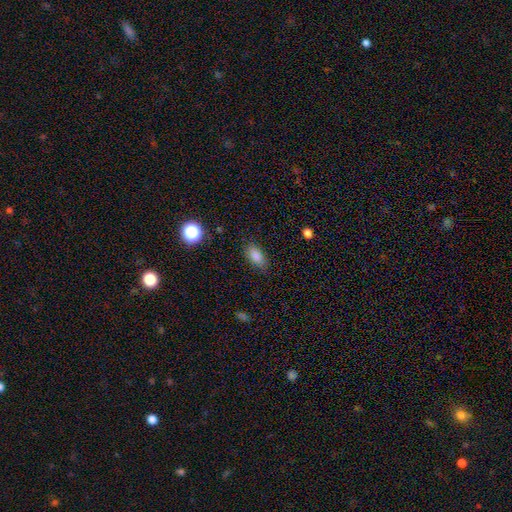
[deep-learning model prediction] Morphology: type=smooth (84%); roundness=in between (87%); merging=none (83%).